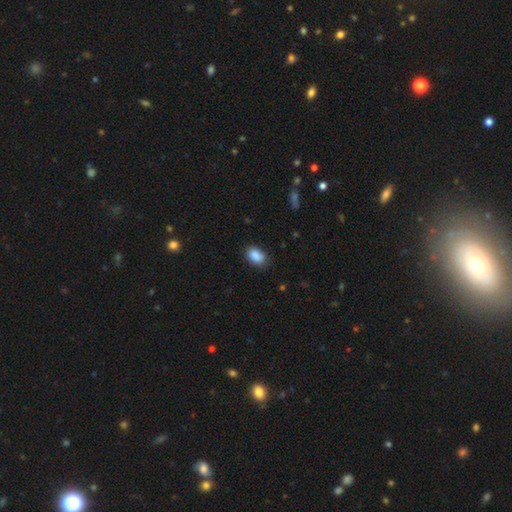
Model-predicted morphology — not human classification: Smooth or featured? smooth (89%)
How rounded? in between (88%)
Merging? none (80%)